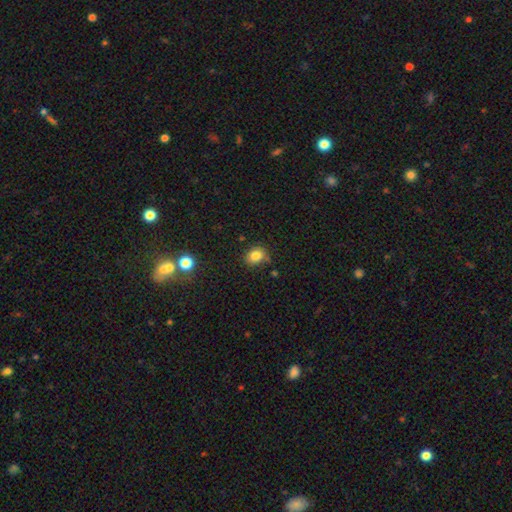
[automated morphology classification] Q: Smooth or featured?
A: smooth (82%); runner-up: star or artifact (12%)
Q: How rounded?
A: round (56%); runner-up: in between (43%)
Q: Merging?
A: none (75%); runner-up: minor disturbance (17%)